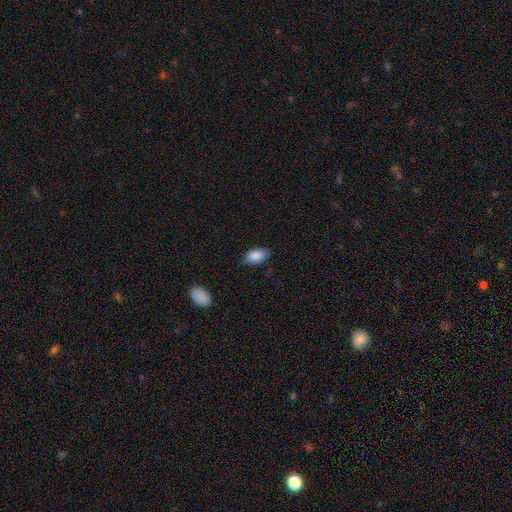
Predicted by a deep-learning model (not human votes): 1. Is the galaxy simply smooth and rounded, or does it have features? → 87% smooth, 7% star or artifact, 6% featured or disk.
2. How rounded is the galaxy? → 92% in between, 6% round, 2% cigar-shaped.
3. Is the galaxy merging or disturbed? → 76% none, 19% minor disturbance, 3% major disturbance, 1% merger.